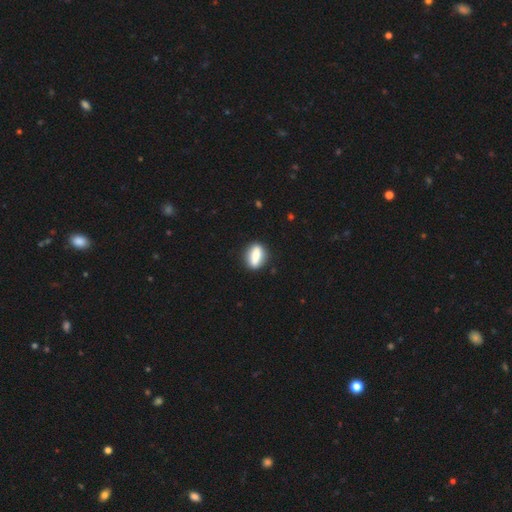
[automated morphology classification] This appears to be a smooth galaxy with no disk features (71%) that is in between round and cigar-shaped (63%). Merging: none (87%).